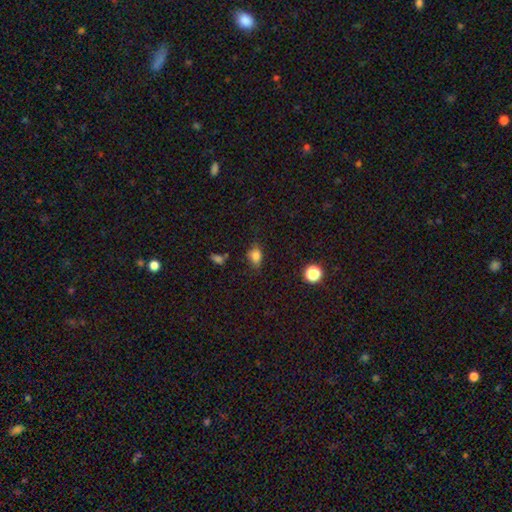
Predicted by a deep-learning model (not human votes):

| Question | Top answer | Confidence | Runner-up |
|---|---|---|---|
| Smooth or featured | smooth | 80% | star or artifact (13%) |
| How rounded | in between | 69% | round (28%) |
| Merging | none | 68% | minor disturbance (24%) |